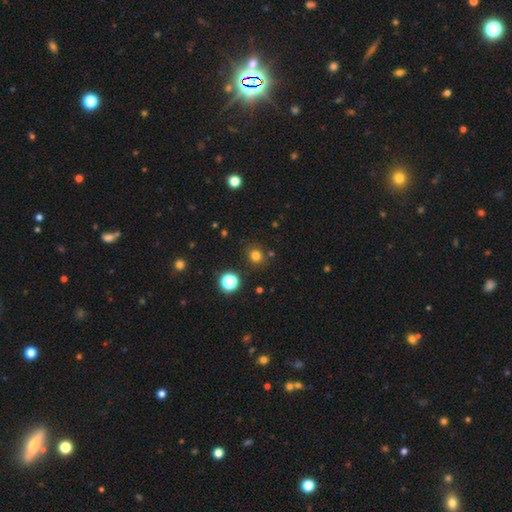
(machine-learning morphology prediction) The model was most divided on "smooth or featured": smooth: 76%, star or artifact: 18%, featured or disk: 5%. More confident: how rounded — round (86%); merging — none (85%).